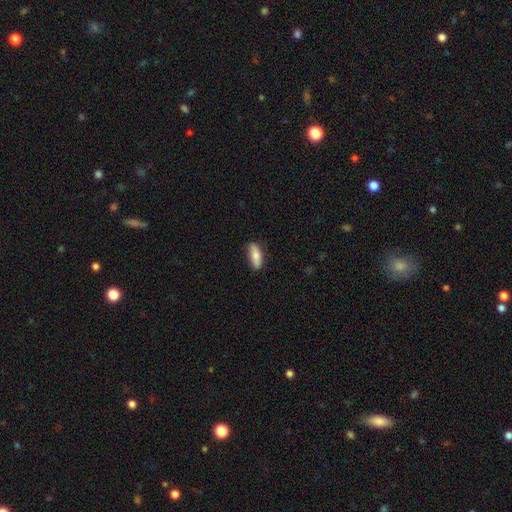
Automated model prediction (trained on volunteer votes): Smooth or featured? smooth (79%)
How rounded? in between (71%)
Merging? none (80%)